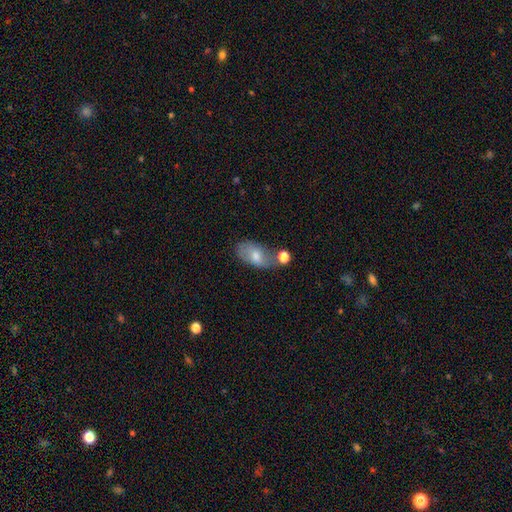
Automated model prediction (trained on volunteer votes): Morphology: type=smooth (63%); roundness=in between (91%); merging=none (45%).